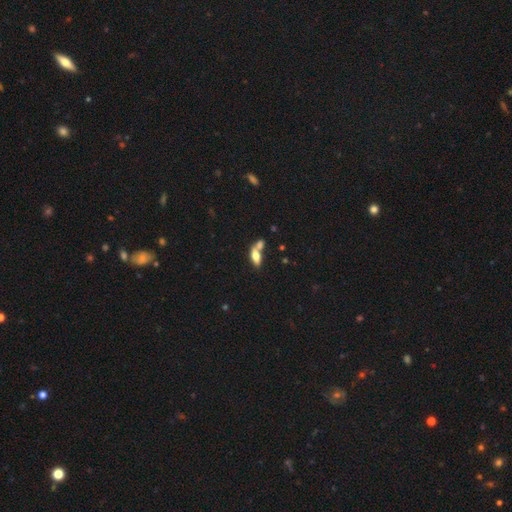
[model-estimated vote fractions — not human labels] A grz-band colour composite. It shows a smooth galaxy with no disk features (67%) that is in between round and cigar-shaped (77%). Merging: merger (46%).